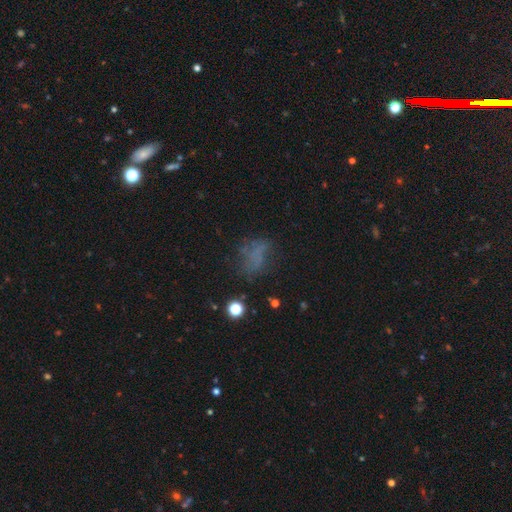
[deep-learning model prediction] smooth-or-featured: smooth: 46% | featured or disk: 27% | star or artifact: 26%
  merging: none: 49% | major disturbance: 25% | minor disturbance: 21% | merger: 5%